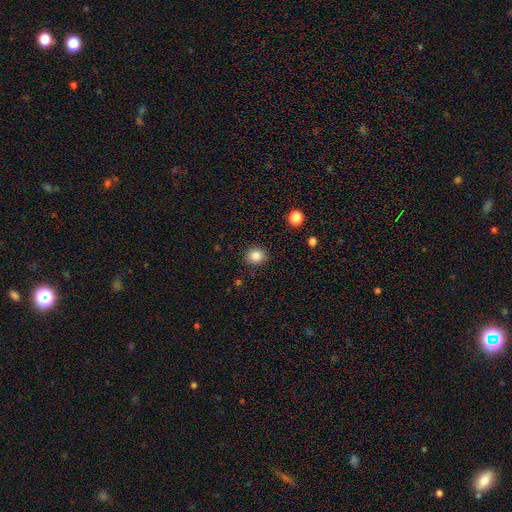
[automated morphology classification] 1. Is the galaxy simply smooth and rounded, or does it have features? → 85% smooth, 11% star or artifact, 4% featured or disk.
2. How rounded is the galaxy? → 74% round, 25% in between, 1% cigar-shaped.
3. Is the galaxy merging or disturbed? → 88% none, 8% minor disturbance, 3% major disturbance, 1% merger.